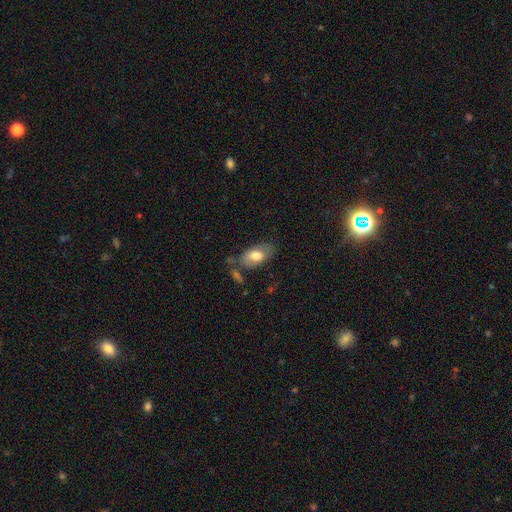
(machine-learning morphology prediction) type=smooth (70%); roundness=in between (92%); merging=none (62%).